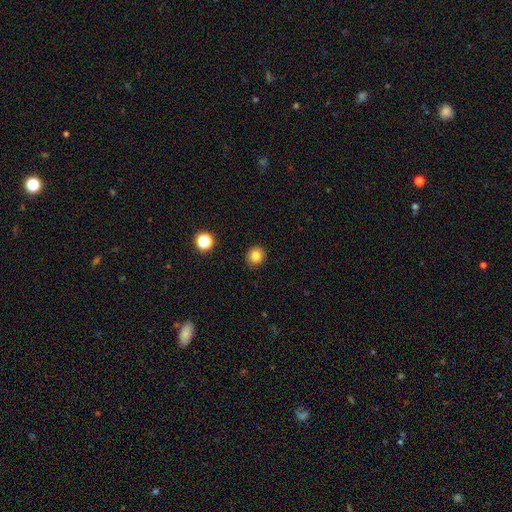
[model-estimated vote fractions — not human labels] Smooth or featured: smooth — 83% (star or artifact — 12%)
How rounded: round — 88% (in between — 12%)
Merging: none — 91% (minor disturbance — 6%)